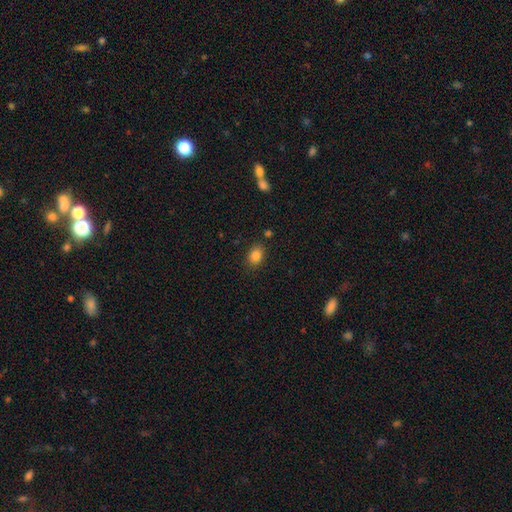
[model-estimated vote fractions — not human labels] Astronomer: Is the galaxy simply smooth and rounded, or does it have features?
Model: smooth — 84%.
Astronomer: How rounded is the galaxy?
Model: in between — 71%.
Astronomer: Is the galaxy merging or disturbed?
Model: none — 84%.